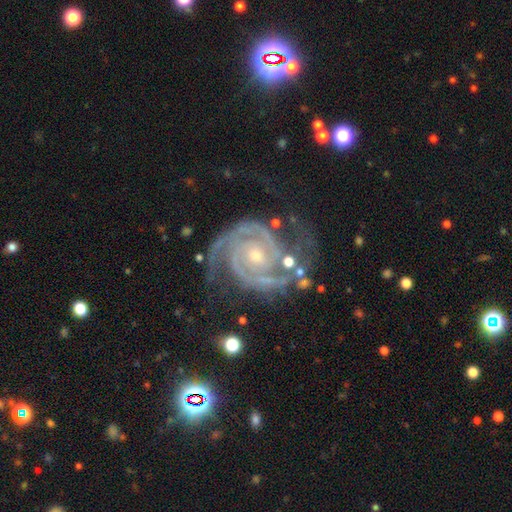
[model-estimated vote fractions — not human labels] smooth_or_featured: featured or disk (p=0.93) [alt: star or artifact p=0.05]
disk_edge_on: no (p=0.98) [alt: yes p=0.02]
bar: no (p=0.66) [alt: weak p=0.24]
has_spiral_arms: yes (p=0.99) [alt: no p=0.01]
spiral_winding: tight (p=0.65) [alt: medium p=0.31]
spiral_arm_count: 2 (p=0.76) [alt: 3 p=0.12]
bulge_size: small (p=0.63) [alt: moderate p=0.33]
merging: none (p=0.65) [alt: minor disturbance p=0.21]